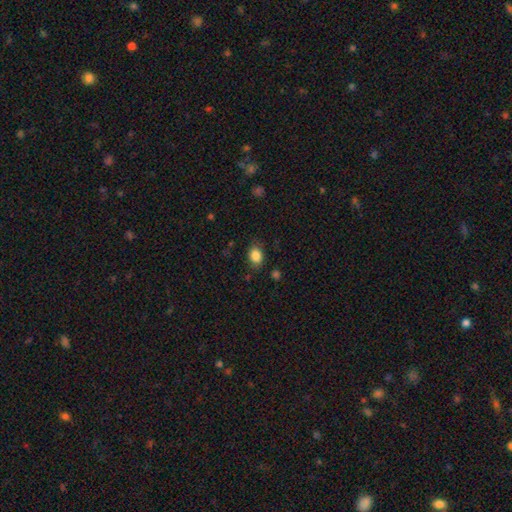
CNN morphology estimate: Q: Smooth or featured?
A: smooth (85%); runner-up: star or artifact (9%)
Q: How rounded?
A: in between (73%); runner-up: round (26%)
Q: Merging?
A: none (78%); runner-up: minor disturbance (16%)